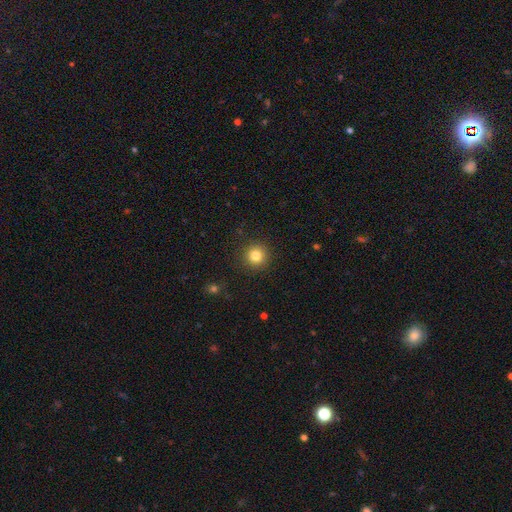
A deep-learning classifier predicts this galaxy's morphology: Overall: smooth (82%). How rounded: round (95%). Merging: none (91%).